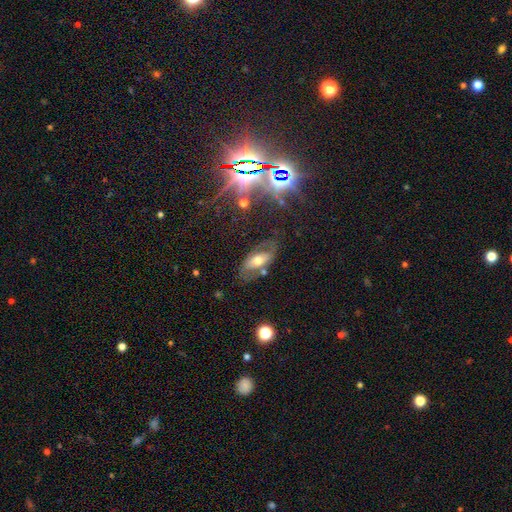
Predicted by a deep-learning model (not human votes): Smooth or featured? featured or disk (52%)
Edge-on disk? no (84%)
Merging? none (63%)